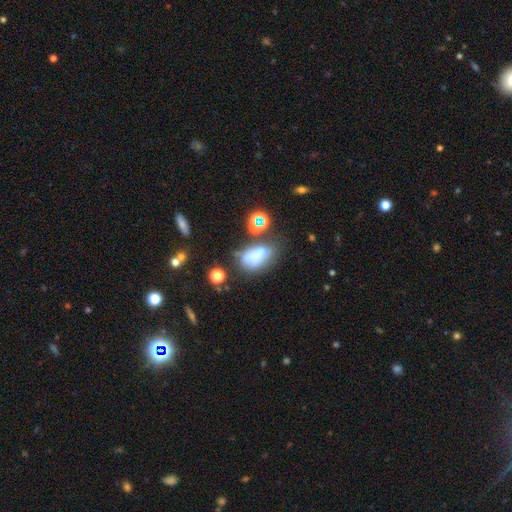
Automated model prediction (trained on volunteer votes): The model was most divided on "merging": none: 31%, major disturbance: 26%, minor disturbance: 25%, merger: 18%. More confident: how rounded — in between (80%); smooth or featured — smooth (52%).